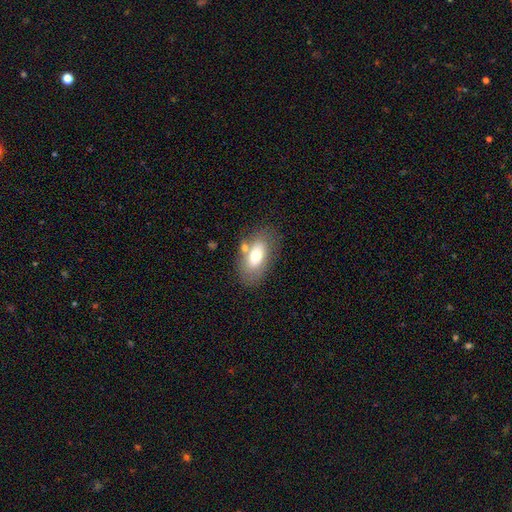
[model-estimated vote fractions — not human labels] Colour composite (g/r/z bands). It shows a smooth galaxy with no disk features (68%) that is in between round and cigar-shaped (90%). Merging: none (69%).